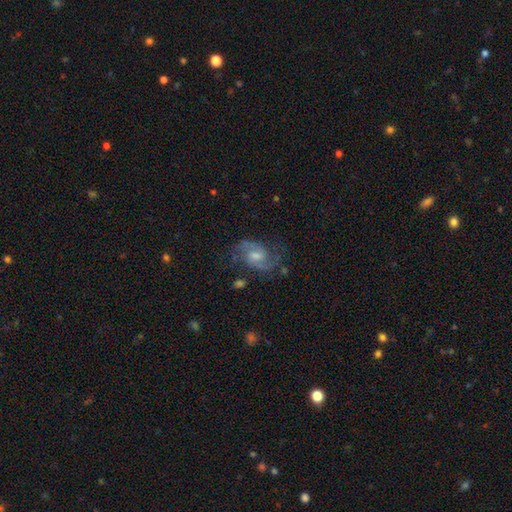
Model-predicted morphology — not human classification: The model was most divided on "bulge size": moderate: 50%, small: 38%, none: 6%, large: 5%, dominant: 1%. More confident: edge-on disk — no (97%); spiral arms — yes (97%); spiral arm count — 2 (90%); smooth or featured — featured or disk (85%); merging — none (76%); spiral winding — medium (58%); bar — weak (52%).